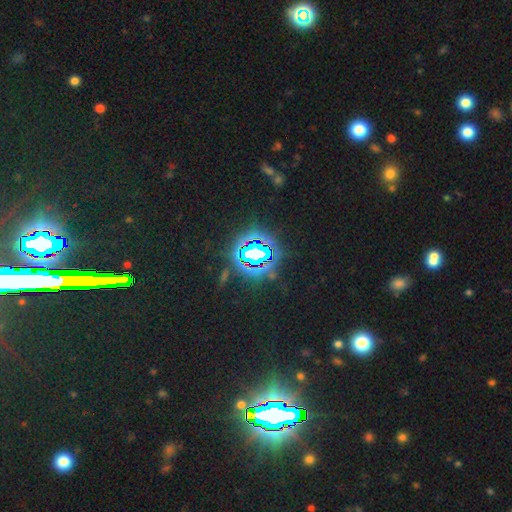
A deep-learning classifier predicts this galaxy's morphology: A star or artifact, not a galaxy (78%).

Vote fractions:
- Smooth or featured? star or artifact: 78% / smooth: 12% / featured or disk: 9%